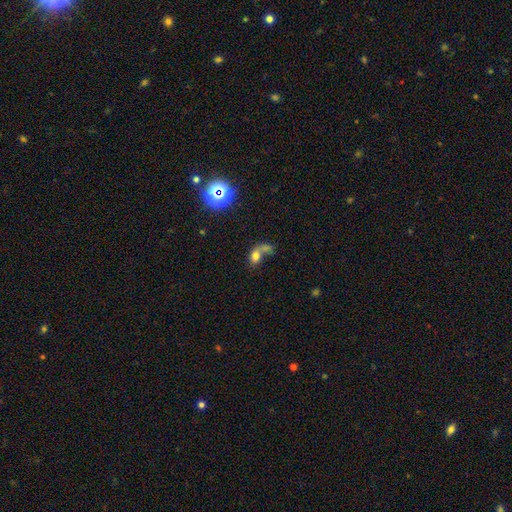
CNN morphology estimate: Smooth or featured?
  - smooth: 65% *
  - featured or disk: 19%
  - star or artifact: 17%
How rounded?
  - in between: 69% *
  - round: 28%
  - cigar-shaped: 3%
Merging?
  - merger: 56% *
  - none: 21%
  - major disturbance: 15%
  - minor disturbance: 9%